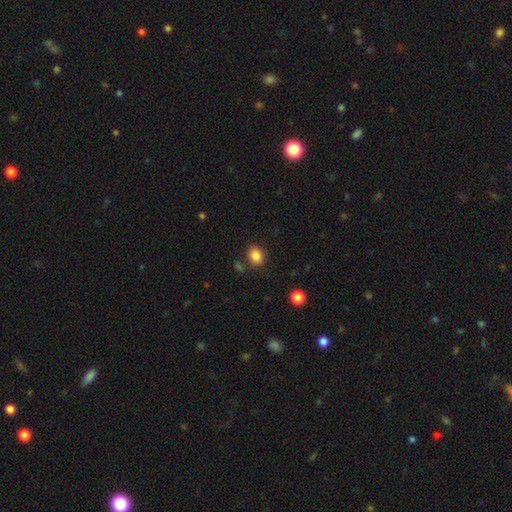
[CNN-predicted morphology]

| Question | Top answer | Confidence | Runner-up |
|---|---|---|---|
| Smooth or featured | smooth | 86% | star or artifact (10%) |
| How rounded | in between | 56% | round (44%) |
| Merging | none | 81% | minor disturbance (11%) |